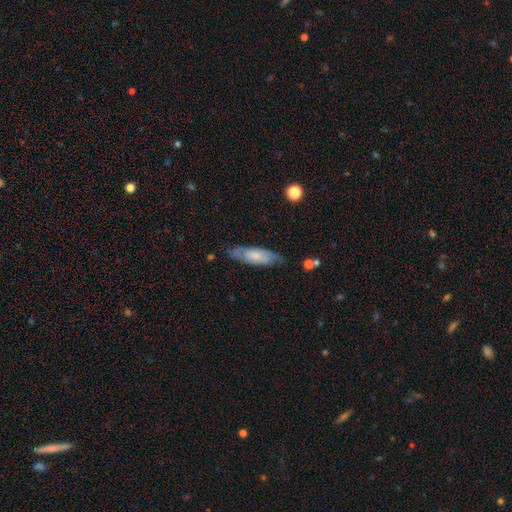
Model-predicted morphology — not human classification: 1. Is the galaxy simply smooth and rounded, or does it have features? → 53% smooth, 41% featured or disk, 6% star or artifact.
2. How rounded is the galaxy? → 57% in between, 41% cigar-shaped, 2% round.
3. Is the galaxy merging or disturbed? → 72% none, 20% minor disturbance, 5% major disturbance, 2% merger.